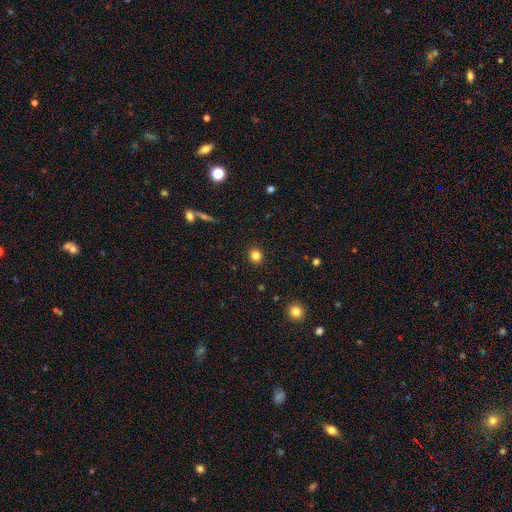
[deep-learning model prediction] Morphology: type=smooth (83%); roundness=round (90%); merging=none (92%).